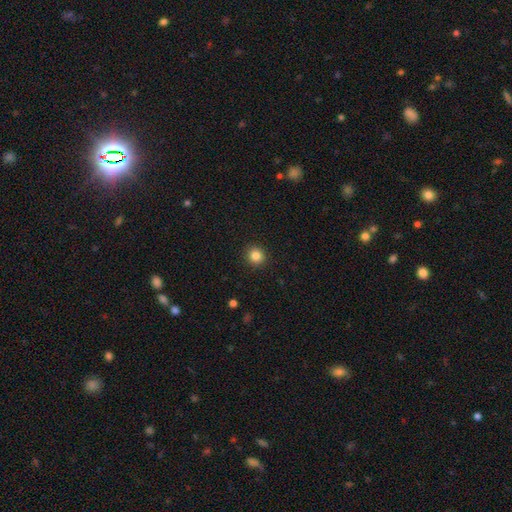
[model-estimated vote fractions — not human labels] The model was most divided on "smooth or featured": smooth: 84%, star or artifact: 11%, featured or disk: 5%. More confident: merging — none (92%); how rounded — round (90%).